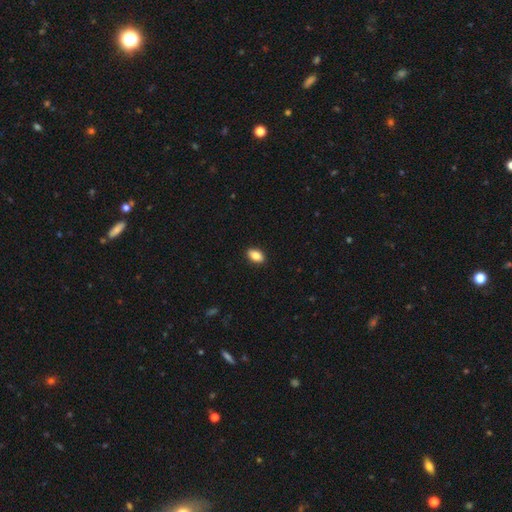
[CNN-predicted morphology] type=smooth (84%); roundness=in between (89%); merging=none (90%).